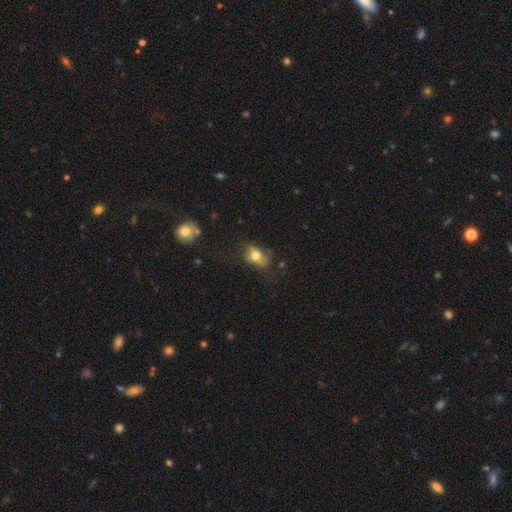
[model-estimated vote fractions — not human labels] Smooth or featured? smooth (71%)
How rounded? in between (78%)
Merging? none (53%)